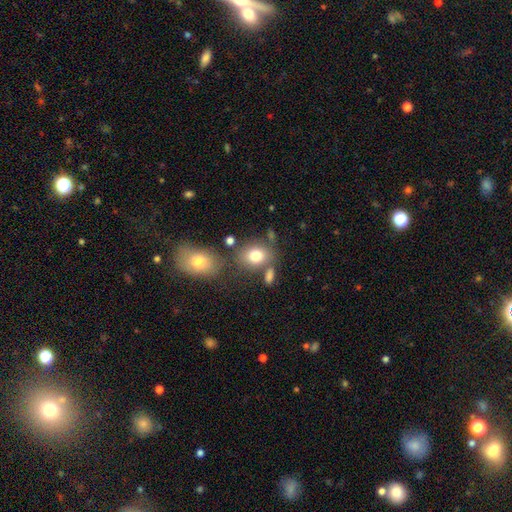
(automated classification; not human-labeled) Q: Smooth or featured?
A: smooth (79%); runner-up: star or artifact (11%)
Q: How rounded?
A: in between (54%); runner-up: round (45%)
Q: Merging?
A: none (63%); runner-up: merger (17%)